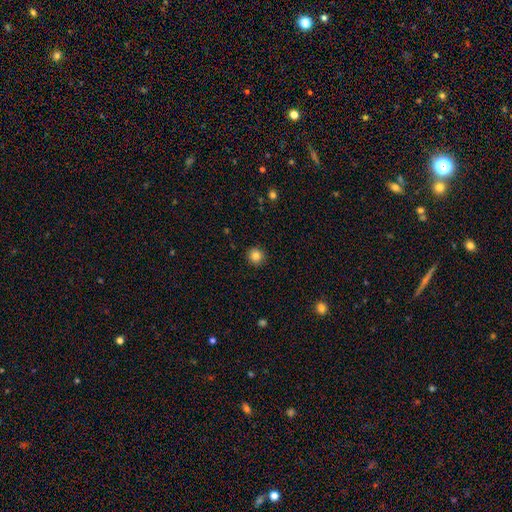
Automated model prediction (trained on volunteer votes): The model was most divided on "smooth or featured": smooth: 84%, star or artifact: 11%, featured or disk: 5%. More confident: how rounded — round (94%); merging — none (92%).